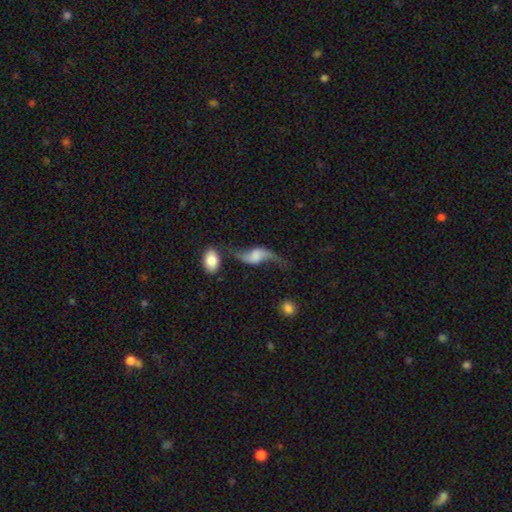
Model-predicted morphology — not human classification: smooth_or_featured: featured or disk (p=0.78) [alt: smooth p=0.15]
disk_edge_on: no (p=0.93) [alt: yes p=0.07]
bar: no (p=0.51) [alt: weak p=0.36]
has_spiral_arms: yes (p=0.93) [alt: no p=0.07]
spiral_winding: loose (p=0.94) [alt: medium p=0.04]
spiral_arm_count: 2 (p=0.93) [alt: 1 p=0.02]
bulge_size: none (p=0.31) [alt: small p=0.21]
merging: none (p=0.53) [alt: minor disturbance p=0.20]